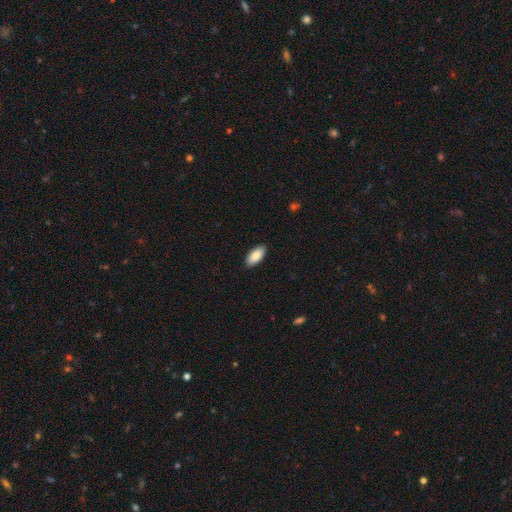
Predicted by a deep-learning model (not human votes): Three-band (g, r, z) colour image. It shows a smooth galaxy with no disk features (86%) that is in between round and cigar-shaped (91%). Merging: none (90%).